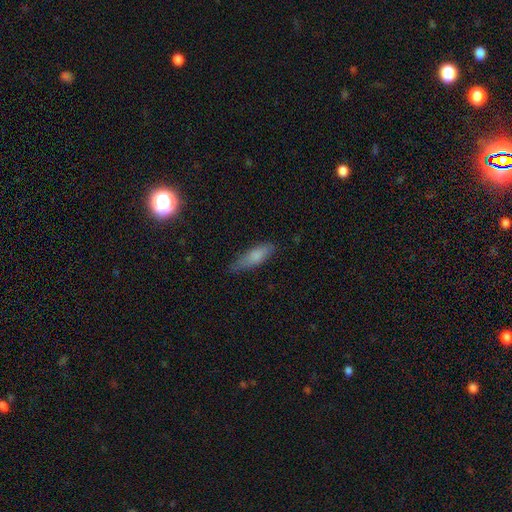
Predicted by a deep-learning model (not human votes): A smooth galaxy with no disk features (77%) that is cigar-shaped (52%). Merging: none (70%).